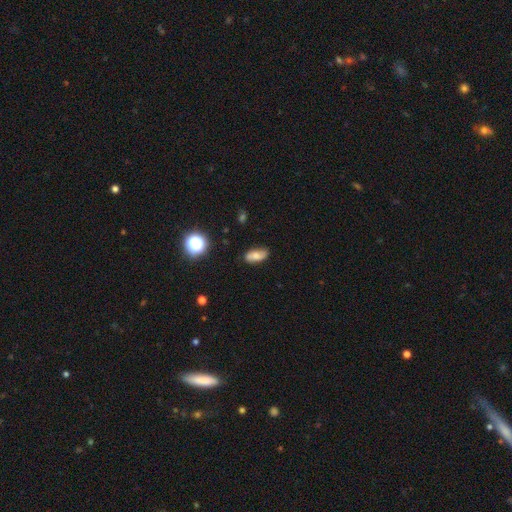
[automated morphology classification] Smooth or featured? smooth (66%)
How rounded? in between (84%)
Merging? none (80%)